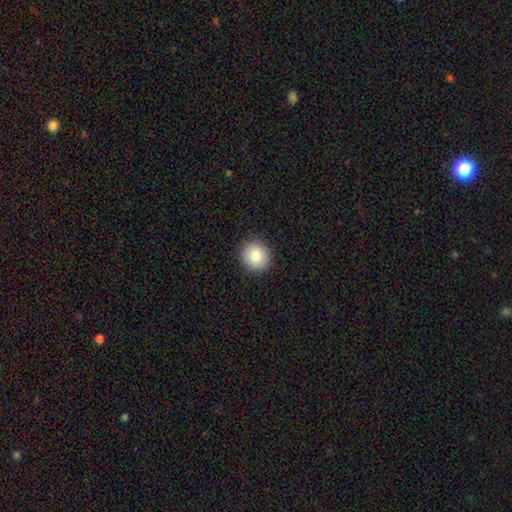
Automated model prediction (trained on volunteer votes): Smooth or featured? Predicted: smooth (p=0.86). How rounded? Predicted: round (p=0.89). Merging? Predicted: none (p=0.91).